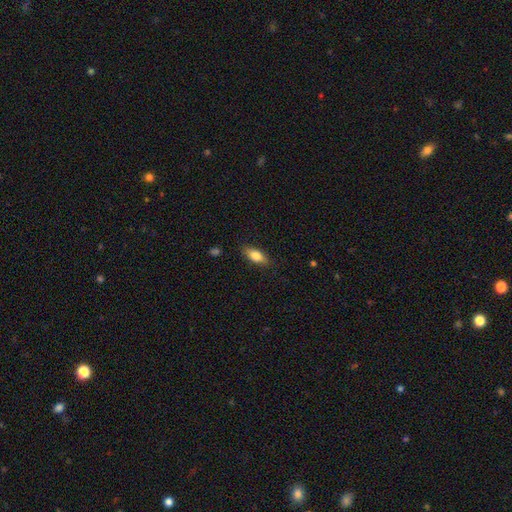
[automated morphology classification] Smooth or featured? smooth (77%)
How rounded? in between (80%)
Merging? none (84%)